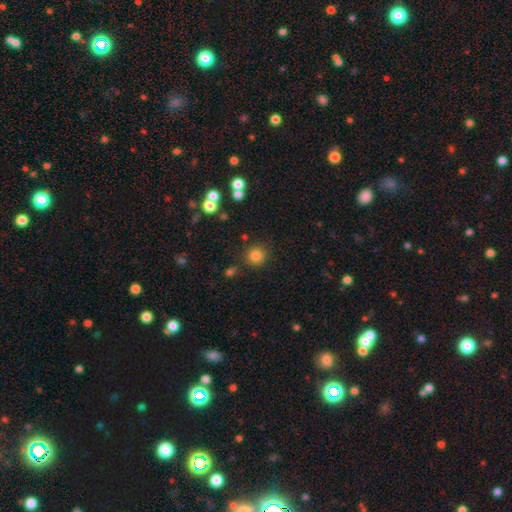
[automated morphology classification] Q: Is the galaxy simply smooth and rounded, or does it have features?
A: smooth — 82%.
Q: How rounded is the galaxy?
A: round — 92%.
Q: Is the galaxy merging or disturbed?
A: none — 85%.